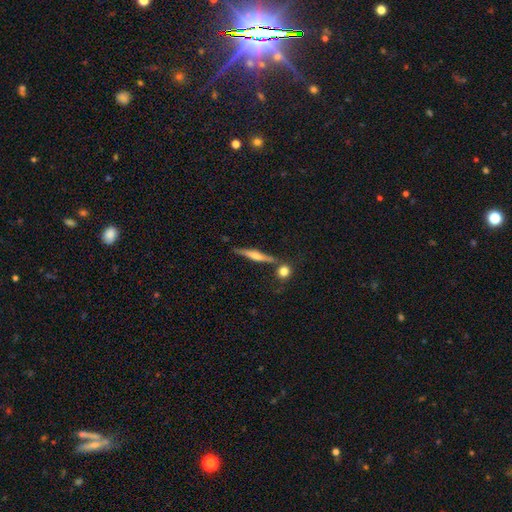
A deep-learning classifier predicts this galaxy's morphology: Smooth or featured? featured or disk (64%)
Edge-on disk? yes (97%)
Edge-on bulge? rounded (81%)
Merging? none (78%)